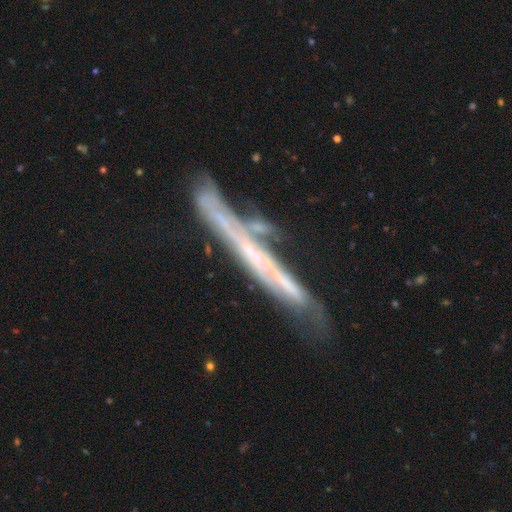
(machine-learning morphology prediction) Q: Smooth or featured?
A: featured or disk (71%); runner-up: smooth (21%)
Q: Edge-on disk?
A: yes (81%); runner-up: no (19%)
Q: Edge-on bulge?
A: none (79%); runner-up: rounded (14%)
Q: Merging?
A: none (48%); runner-up: minor disturbance (22%)